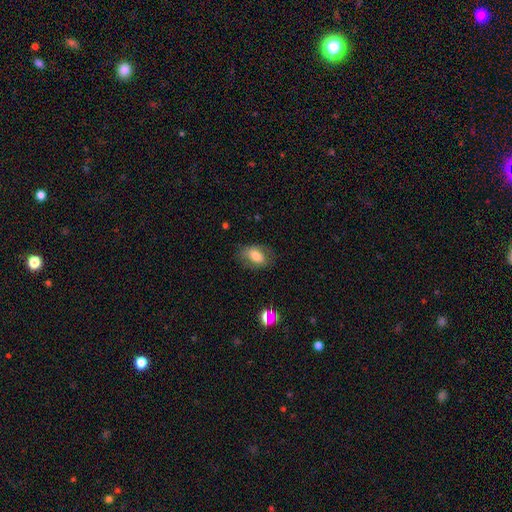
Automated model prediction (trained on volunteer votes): This appears to be a smooth galaxy with no disk features (70%) that is in between round and cigar-shaped (86%). Merging: none (73%).